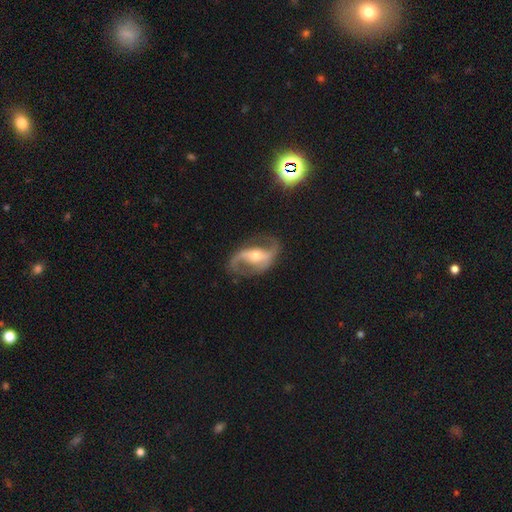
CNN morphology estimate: Overall: featured or disk (88%). Edge-on disk: no (96%). Bar: strong (42%; weak 35%). Spiral arms: yes (95%). Spiral arm count: 2 (92%). Spiral winding: loose (53%; medium 38%). Bulge size: moderate (62%; small 31%). Merging: none (76%).